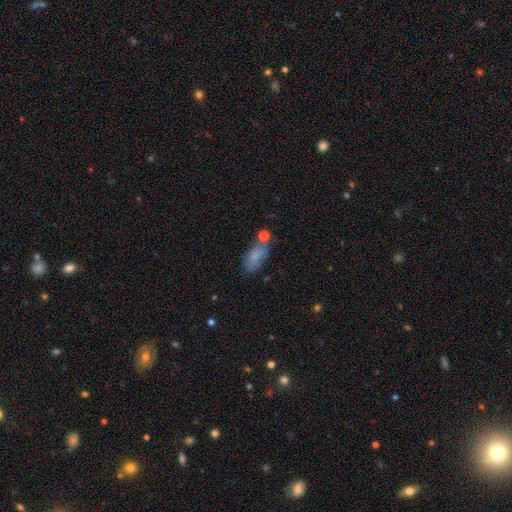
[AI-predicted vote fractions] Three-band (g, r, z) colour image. It shows a smooth galaxy with no disk features (75%) that is in between round and cigar-shaped (83%). Merging: none (55%).